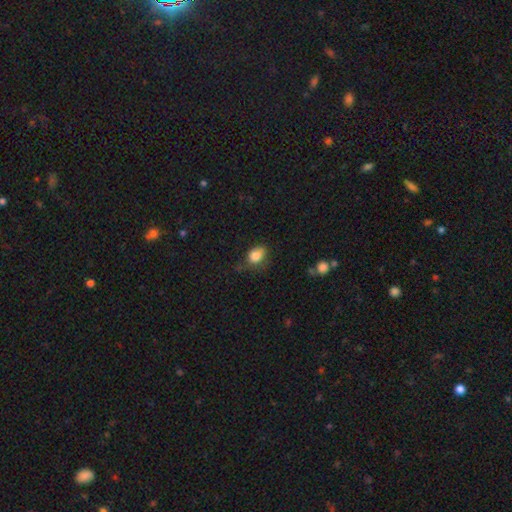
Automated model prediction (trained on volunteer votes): Smooth or featured? Predicted: smooth (p=0.82). How rounded? Predicted: in between (p=0.70). Merging? Predicted: none (p=0.52).